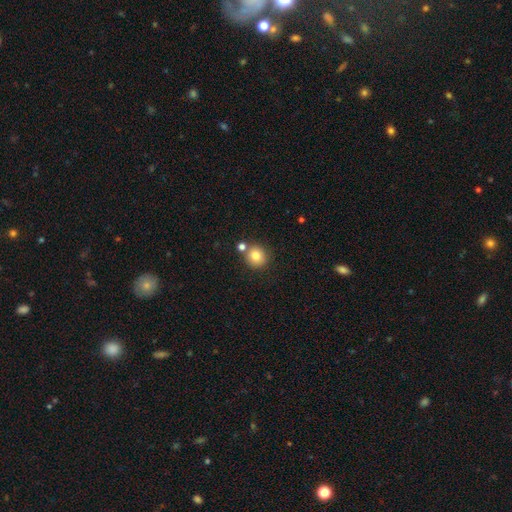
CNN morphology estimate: A smooth galaxy with no disk features (81%) that is round (90%). Merging: none (73%).